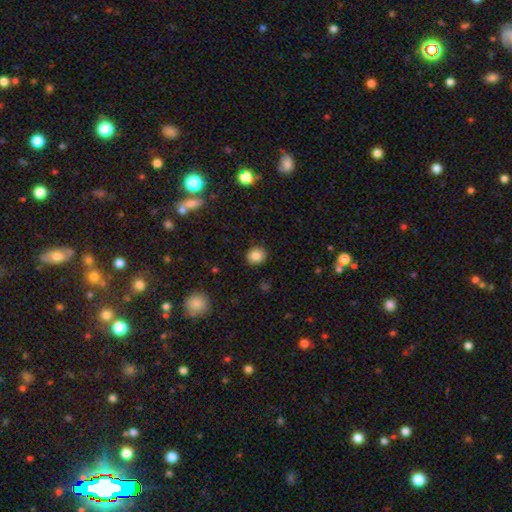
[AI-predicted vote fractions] A smooth galaxy with no disk features (85%) that is round (77%).

Vote fractions:
- Smooth or featured? smooth: 85% / star or artifact: 10% / featured or disk: 5%
- How rounded? round: 77% / in between: 22% / cigar-shaped: 1%
- Merging? none: 90% / minor disturbance: 7% / major disturbance: 2% / merger: 1%